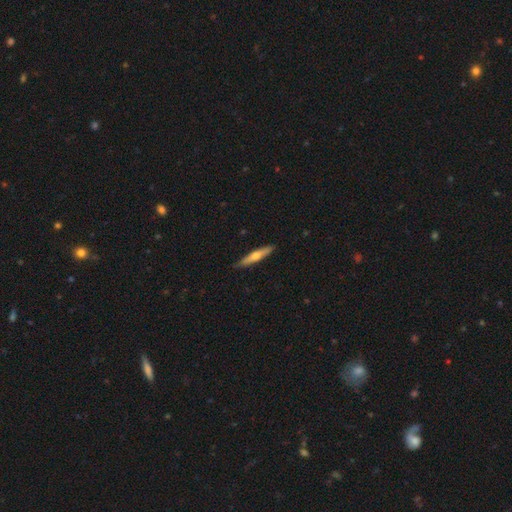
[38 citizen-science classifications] A featured or disk galaxy (53%) viewed edge-on (95%) with a rounded central bulge (89%).

Vote fractions:
- Smooth or featured? featured or disk: 53% / smooth: 42% / star or artifact: 5%
- Edge-on disk? yes: 95% / no: 5%
- Edge-on bulge? rounded: 89% / none: 11% / boxy: 0%
- Merging? none: 83% / minor disturbance: 17% / major disturbance: 0% / merger: 0%